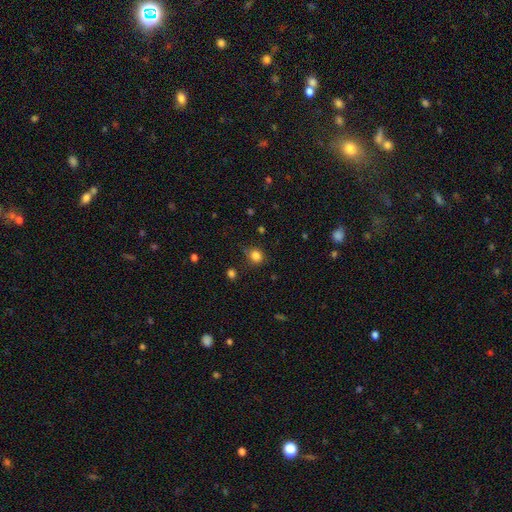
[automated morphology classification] smooth 82%, star or artifact 13%, featured or disk 5%. Down the decision tree: how rounded — round (79%); merging — none (75%).